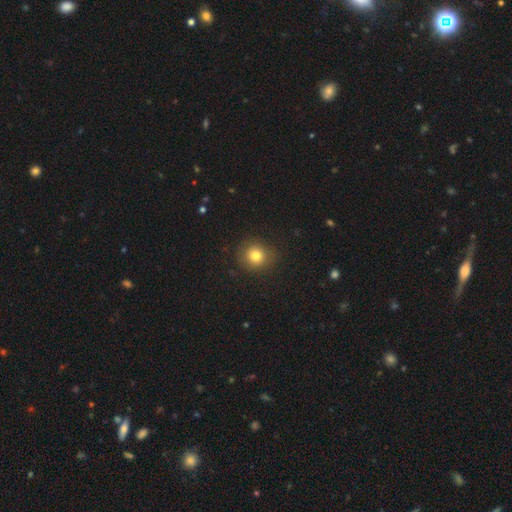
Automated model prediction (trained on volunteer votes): The model was most divided on "smooth or featured": smooth: 80%, star or artifact: 12%, featured or disk: 8%. More confident: how rounded — round (88%); merging — none (87%).